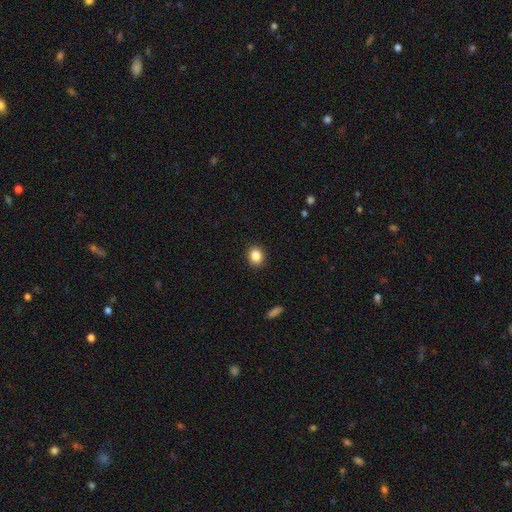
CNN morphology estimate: Smooth or featured? Predicted: smooth (p=0.85). How rounded? Predicted: round (p=0.62). Merging? Predicted: none (p=0.91).